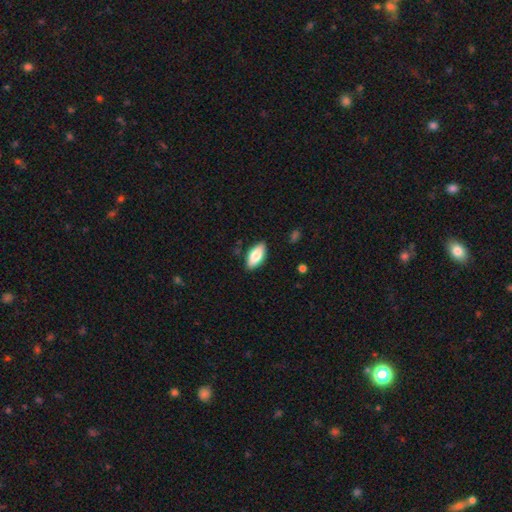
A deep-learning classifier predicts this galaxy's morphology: A smooth galaxy with no disk features (79%) that is in between round and cigar-shaped (86%). Merging: none (86%).